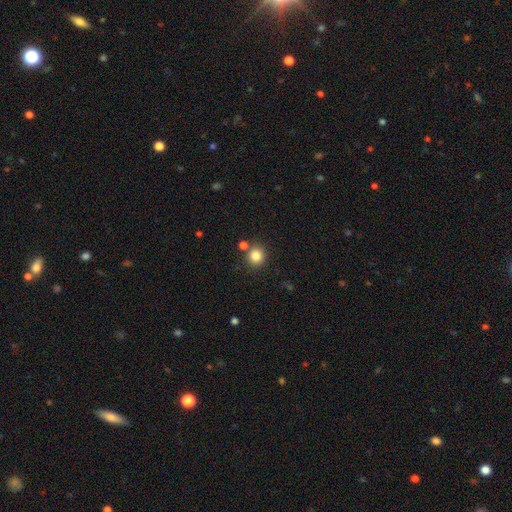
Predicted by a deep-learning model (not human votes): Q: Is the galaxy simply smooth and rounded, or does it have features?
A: smooth — 84%.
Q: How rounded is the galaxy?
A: round — 89%.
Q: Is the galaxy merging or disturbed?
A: none — 79%.